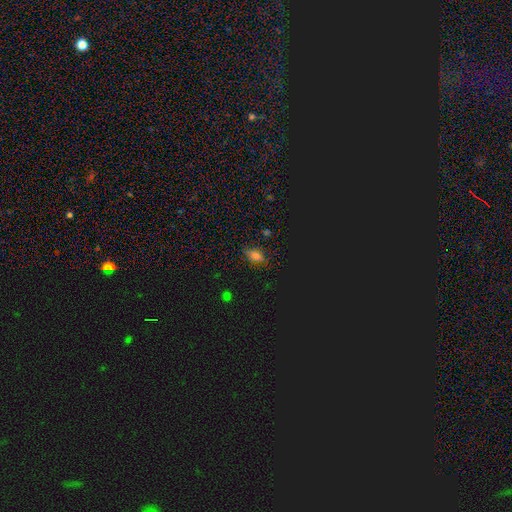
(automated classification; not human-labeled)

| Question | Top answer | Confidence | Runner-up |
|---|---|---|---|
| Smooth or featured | smooth | 59% | star or artifact (30%) |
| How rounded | in between | 79% | round (15%) |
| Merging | none | 78% | minor disturbance (16%) |